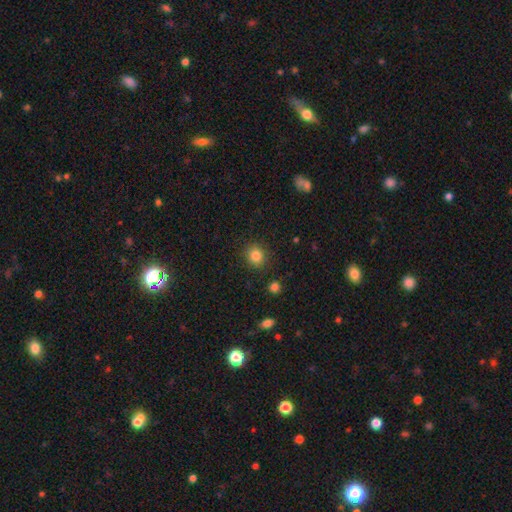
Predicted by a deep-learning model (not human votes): Morphology: type=smooth (84%); roundness=round (81%); merging=none (88%).